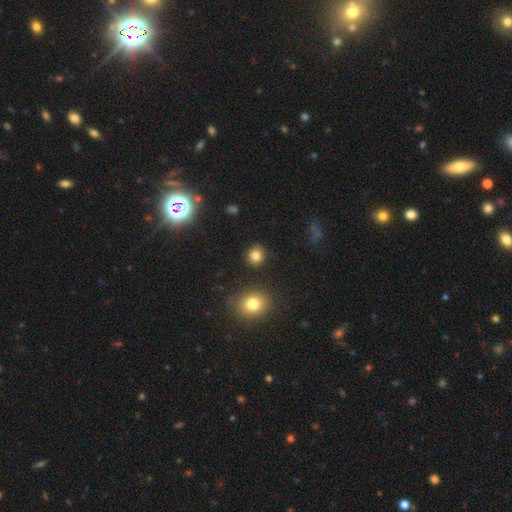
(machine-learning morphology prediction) This is clearly a smooth galaxy (82%). How rounded: clearly round (85%). Merging: clearly none (88%).